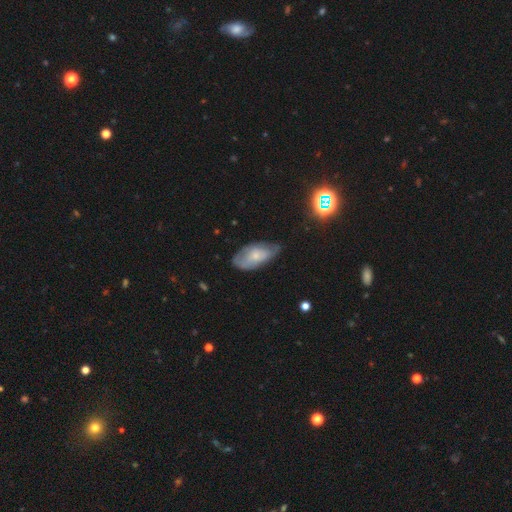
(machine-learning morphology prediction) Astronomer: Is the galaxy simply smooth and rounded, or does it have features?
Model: smooth — 52% (runner-up: featured or disk, 41%).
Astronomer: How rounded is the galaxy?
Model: in between — 91%.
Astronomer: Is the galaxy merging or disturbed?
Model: none — 49% (runner-up: minor disturbance, 36%).